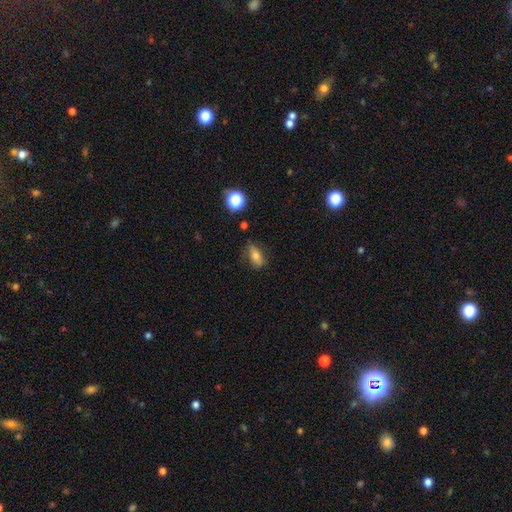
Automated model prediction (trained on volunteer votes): This is likely a smooth galaxy (70%). How rounded: likely in between (78%). Merging: likely none (71%).